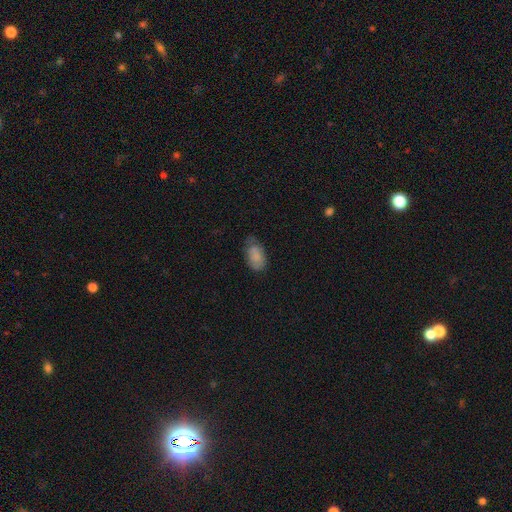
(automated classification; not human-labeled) Overall: smooth (79%). How rounded: in between (93%). Merging: none (55%; minor disturbance 34%).